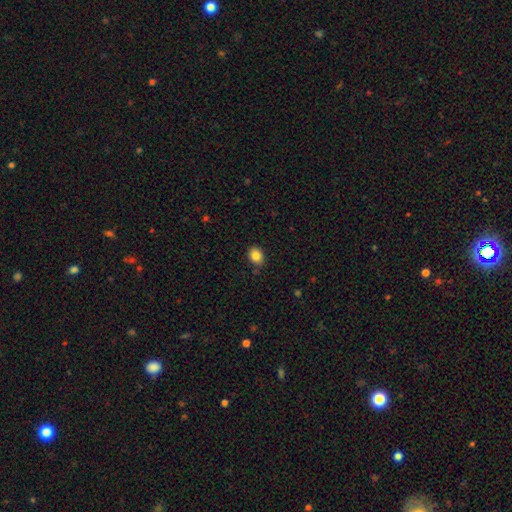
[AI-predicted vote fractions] The model was most divided on "how rounded": in between: 50%, round: 49%, cigar-shaped: 1%. More confident: merging — none (87%); smooth or featured — smooth (85%).